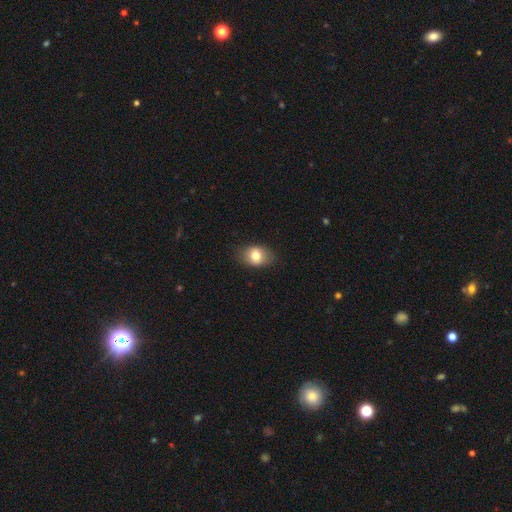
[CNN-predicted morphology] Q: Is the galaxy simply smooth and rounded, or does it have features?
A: smooth — 78%.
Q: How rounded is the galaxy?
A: in between — 70%.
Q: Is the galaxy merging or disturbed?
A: none — 80%.